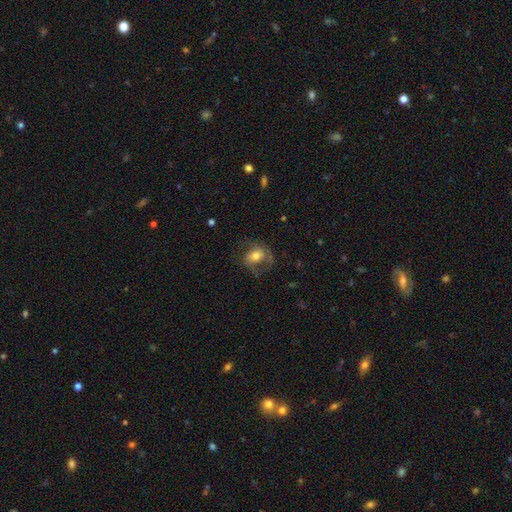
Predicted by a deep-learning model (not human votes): This is possibly a smooth galaxy (47%). Merging: possibly none (51%).